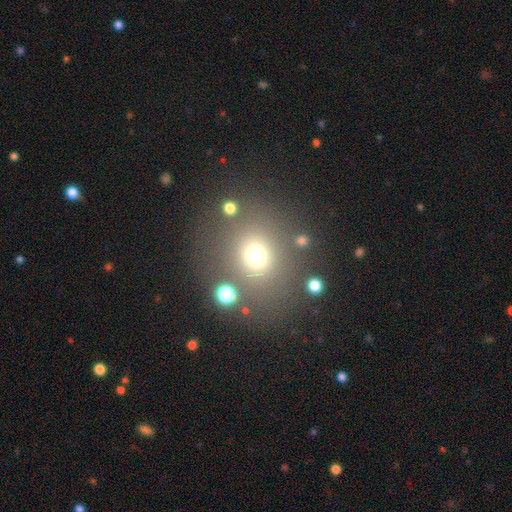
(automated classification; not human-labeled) Q: Smooth or featured?
A: smooth (69%); runner-up: star or artifact (20%)
Q: How rounded?
A: round (79%); runner-up: in between (20%)
Q: Merging?
A: none (76%); runner-up: minor disturbance (11%)